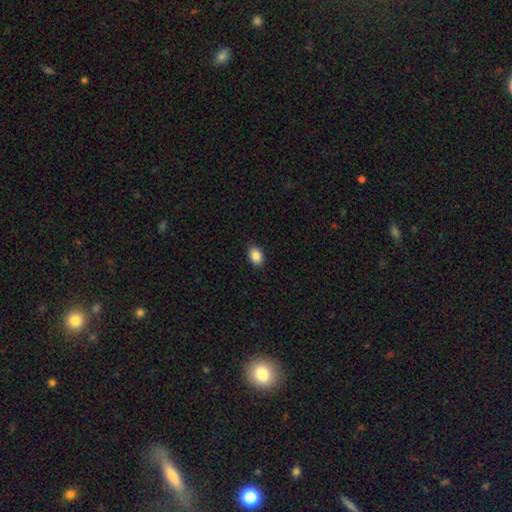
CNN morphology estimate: A smooth galaxy with no disk features (89%) that is in between round and cigar-shaped (81%).

Vote fractions:
- Smooth or featured? smooth: 89% / star or artifact: 8% / featured or disk: 3%
- How rounded? in between: 81% / round: 17% / cigar-shaped: 1%
- Merging? none: 88% / minor disturbance: 9% / major disturbance: 2% / merger: 1%